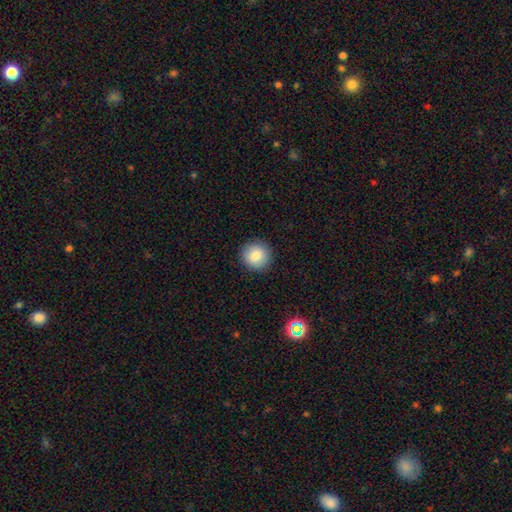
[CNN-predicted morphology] type=smooth (84%); roundness=round (93%); merging=none (91%).